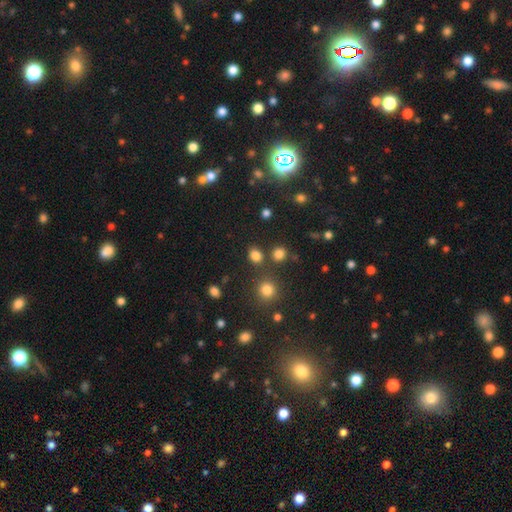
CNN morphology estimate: The model was most divided on "how rounded": round: 63%, in between: 36%, cigar-shaped: 1%. More confident: smooth or featured — smooth (80%); merging — none (77%).